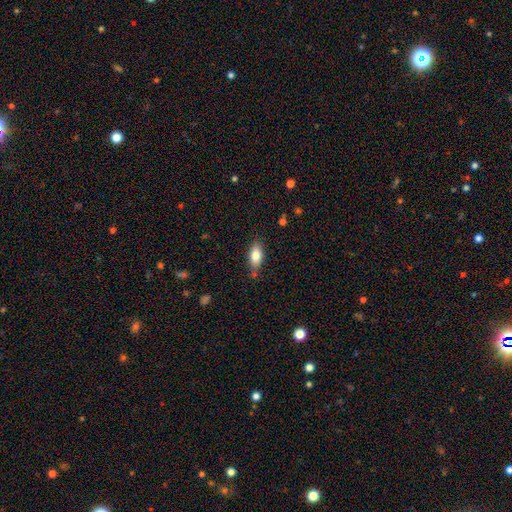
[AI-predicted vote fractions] Overall: smooth (81%). How rounded: in between (86%). Merging: none (80%).